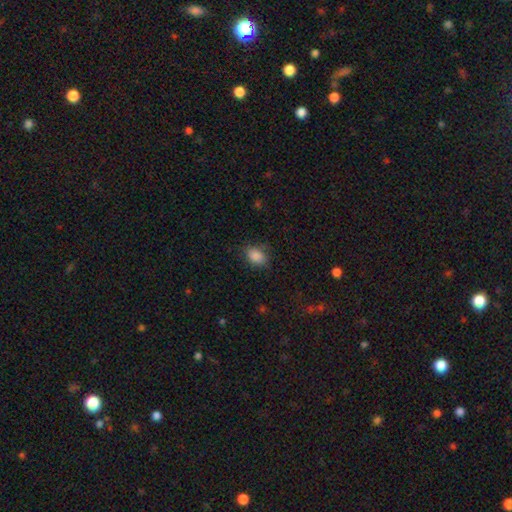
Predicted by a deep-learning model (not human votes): Smooth or featured?
  - smooth: 87% *
  - star or artifact: 8%
  - featured or disk: 4%
How rounded?
  - in between: 80% *
  - round: 18%
  - cigar-shaped: 1%
Merging?
  - none: 74% *
  - minor disturbance: 19%
  - major disturbance: 5%
  - merger: 1%